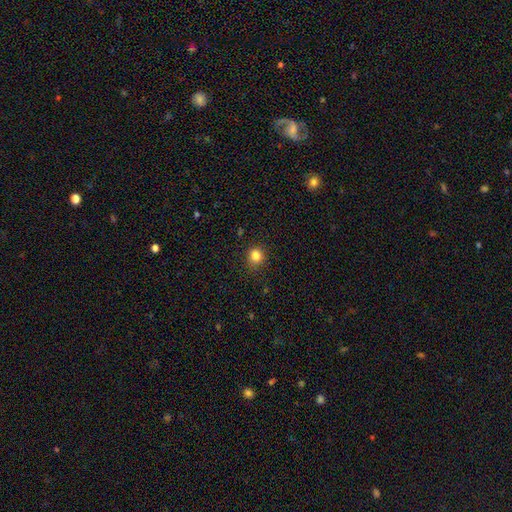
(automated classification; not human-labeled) This is clearly a smooth galaxy (84%). How rounded: clearly round (81%). Merging: clearly none (85%).